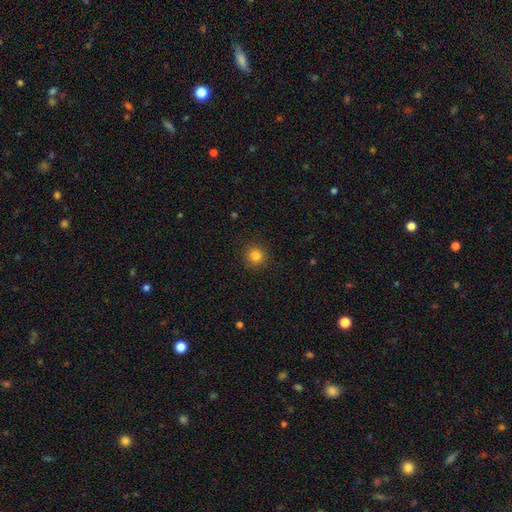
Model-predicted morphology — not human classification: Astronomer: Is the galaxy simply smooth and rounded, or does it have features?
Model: smooth — 83%.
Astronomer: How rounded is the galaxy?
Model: round — 93%.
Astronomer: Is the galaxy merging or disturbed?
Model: none — 90%.